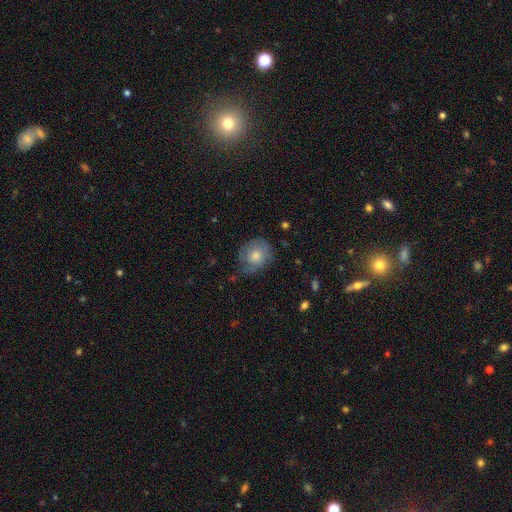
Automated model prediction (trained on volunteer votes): Morphology: type=smooth (55%); roundness=round (75%); merging=none (61%).